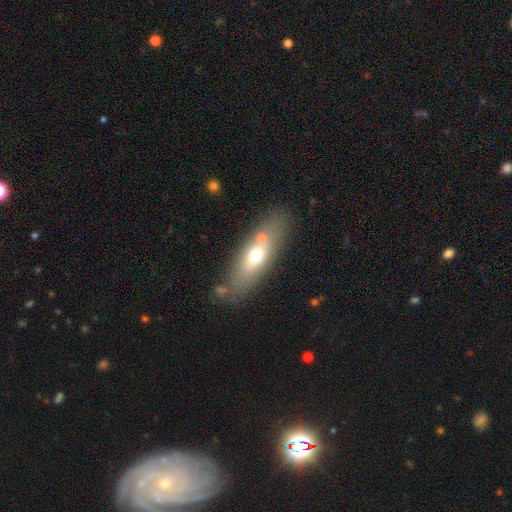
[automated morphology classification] smooth_or_featured: smooth (p=0.59) [alt: featured or disk p=0.32]
how_rounded: in between (p=0.62) [alt: cigar-shaped p=0.33]
merging: none (p=0.71) [alt: minor disturbance p=0.13]